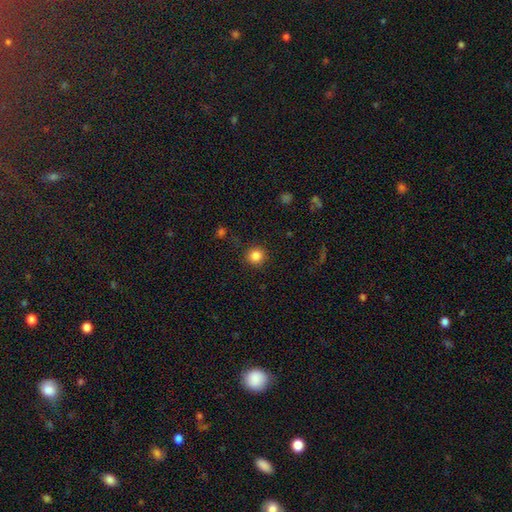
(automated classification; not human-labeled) Overall: smooth (84%). How rounded: round (94%). Merging: none (89%).